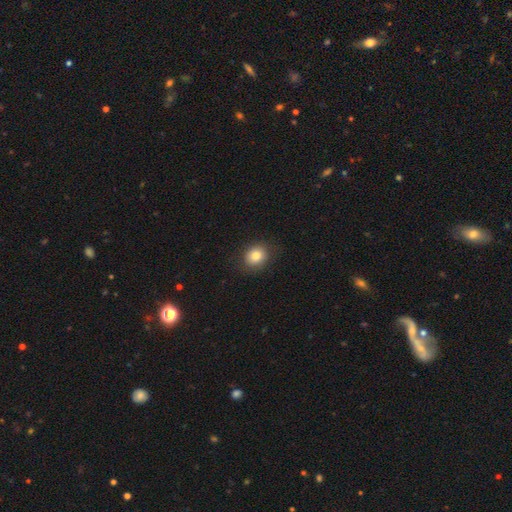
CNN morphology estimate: A smooth galaxy with no disk features (82%) that is round (64%).

Vote fractions:
- Smooth or featured? smooth: 82% / star or artifact: 10% / featured or disk: 8%
- How rounded? round: 64% / in between: 35% / cigar-shaped: 1%
- Merging? none: 86% / minor disturbance: 10% / major disturbance: 3% / merger: 1%